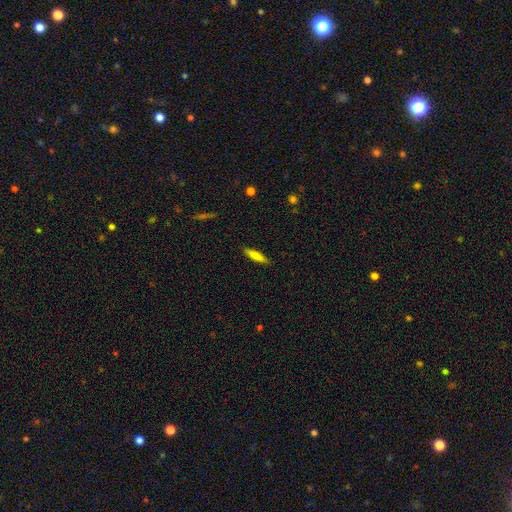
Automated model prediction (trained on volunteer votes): Smooth or featured? smooth (71%)
How rounded? cigar-shaped (79%)
Merging? none (89%)